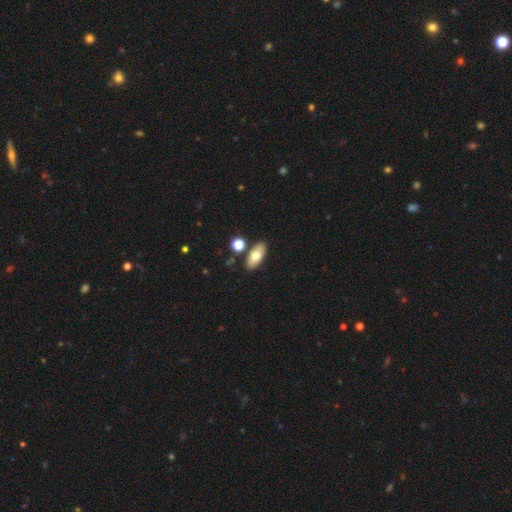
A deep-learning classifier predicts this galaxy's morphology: Smooth or featured?
  - smooth: 70% *
  - featured or disk: 23%
  - star or artifact: 7%
How rounded?
  - in between: 88% *
  - cigar-shaped: 8%
  - round: 5%
Merging?
  - none: 83% *
  - minor disturbance: 8%
  - merger: 7%
  - major disturbance: 2%